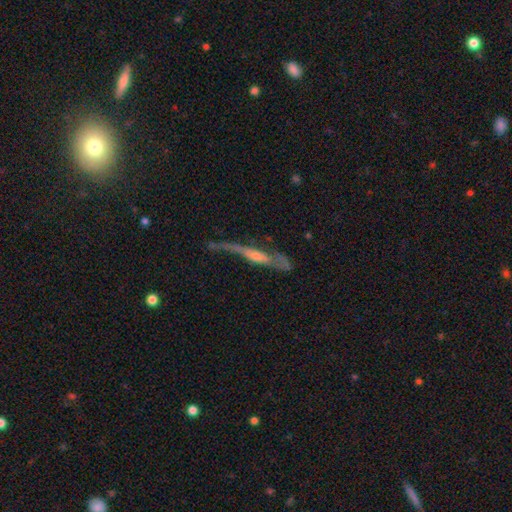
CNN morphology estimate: This appears to be a featured or disk galaxy (74%) viewed edge-on (81%) with a rounded central bulge (72%). Merging: none (55%).